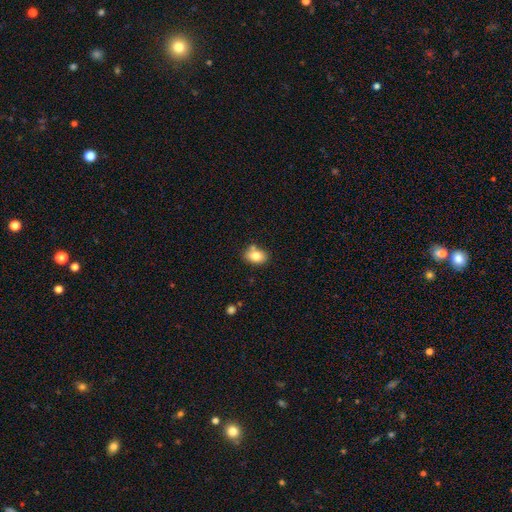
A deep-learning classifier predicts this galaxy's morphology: type=smooth (81%); roundness=in between (72%); merging=none (70%).